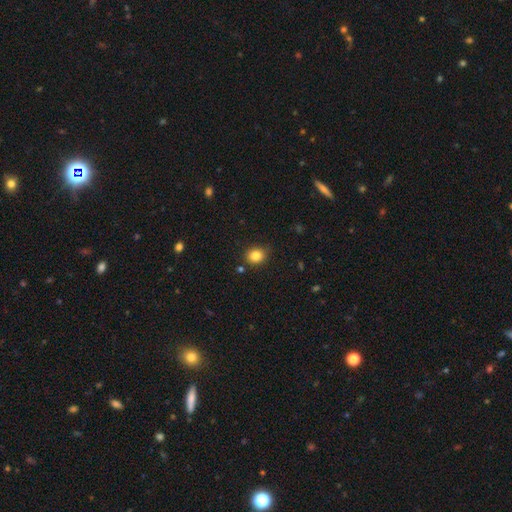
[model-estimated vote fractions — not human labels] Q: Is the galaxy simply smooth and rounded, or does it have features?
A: smooth — 84%.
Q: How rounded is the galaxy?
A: round — 68%.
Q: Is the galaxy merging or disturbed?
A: none — 84%.